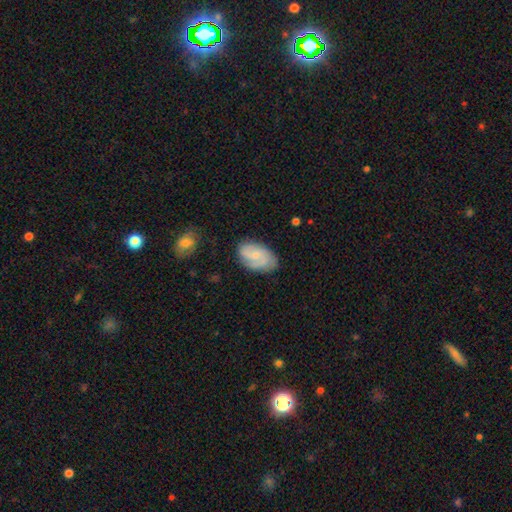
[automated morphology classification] Smooth or featured? Predicted: featured or disk (p=0.62). Edge-on disk? Predicted: no (p=0.96). Bar? Predicted: no (p=0.66). Spiral arms? Predicted: yes (p=0.90). Spiral winding? Predicted: tight (p=0.43). Spiral arm count? Predicted: 2 (p=0.53). Bulge size? Predicted: small (p=0.68). Merging? Predicted: none (p=0.74).